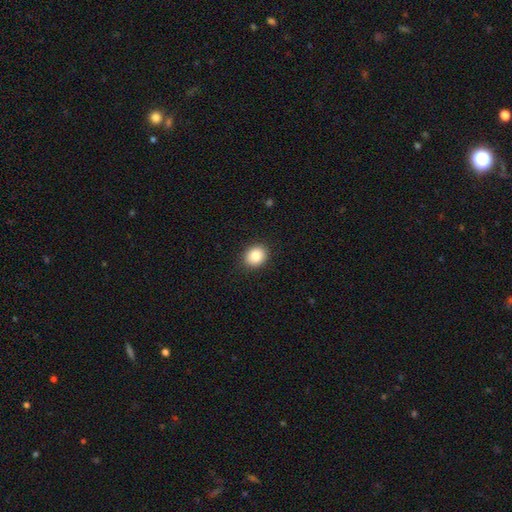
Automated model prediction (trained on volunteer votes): Morphology: type=smooth (85%); roundness=round (68%); merging=none (90%).